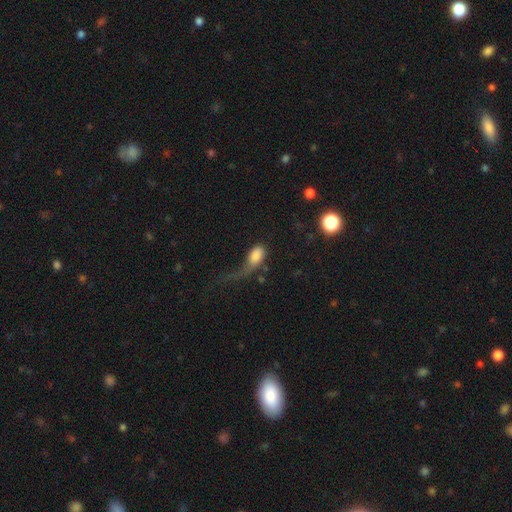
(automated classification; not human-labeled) smooth_or_featured: smooth (p=0.76) [alt: featured or disk p=0.15]
how_rounded: in between (p=0.88) [alt: round p=0.08]
merging: major disturbance (p=0.57) [alt: none p=0.18]